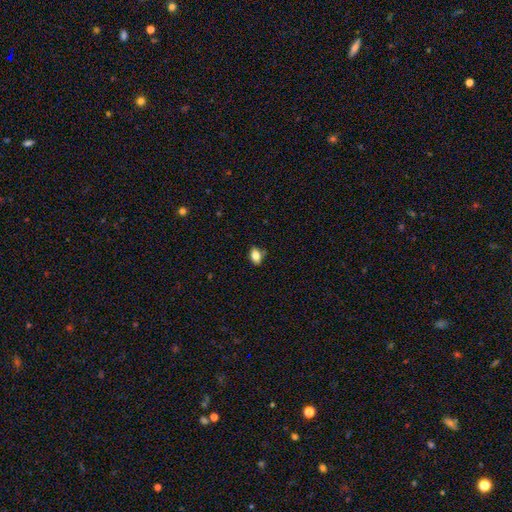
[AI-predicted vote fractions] Morphology: type=smooth (81%); roundness=in between (83%); merging=none (80%).